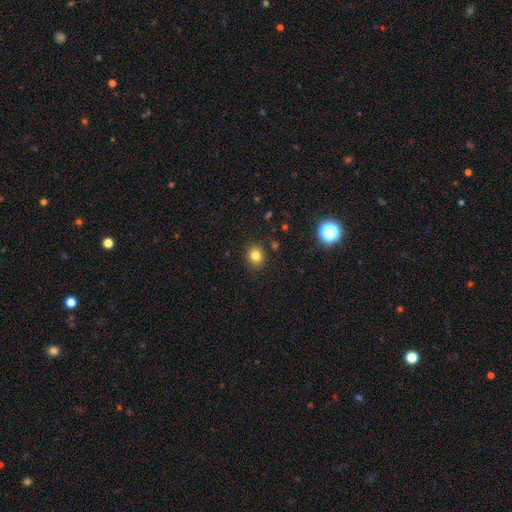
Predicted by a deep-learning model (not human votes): A smooth galaxy with no disk features (80%) that is round (78%).

Vote fractions:
- Smooth or featured? smooth: 80% / star or artifact: 13% / featured or disk: 6%
- How rounded? round: 78% / in between: 22% / cigar-shaped: 1%
- Merging? none: 89% / minor disturbance: 8% / major disturbance: 2% / merger: 2%